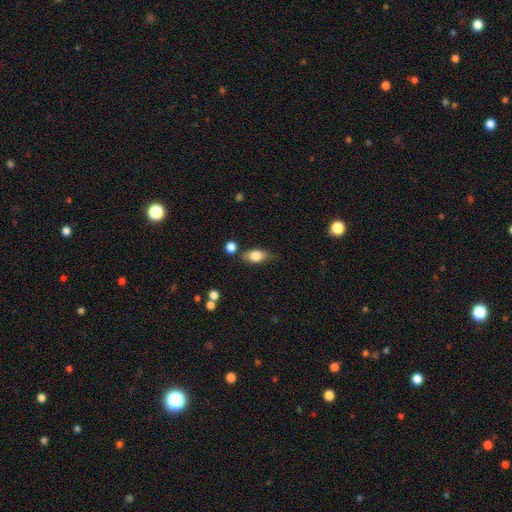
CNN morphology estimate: Overall: smooth (73%). How rounded: in between (81%). Merging: none (64%; minor disturbance 24%).